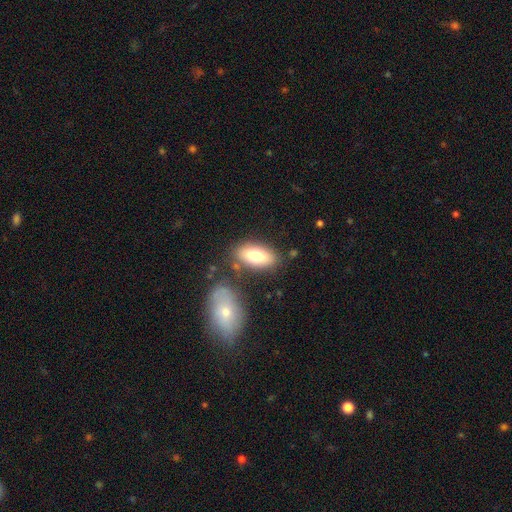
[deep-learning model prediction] Smooth or featured? Predicted: smooth (p=0.75). How rounded? Predicted: in between (p=0.86). Merging? Predicted: none (p=0.75).